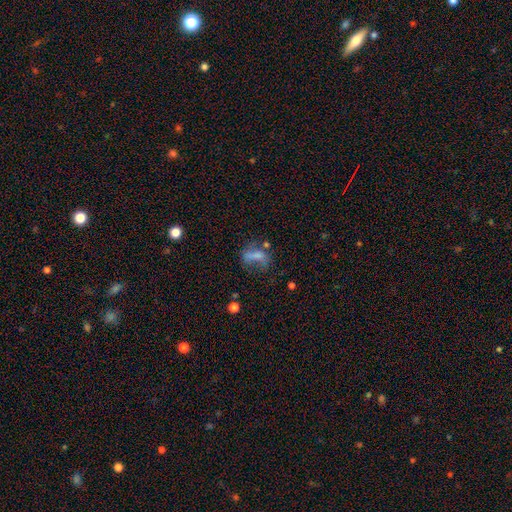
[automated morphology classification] Smooth or featured? Predicted: smooth (p=0.55). How rounded? Predicted: in between (p=0.70). Merging? Predicted: none (p=0.34).